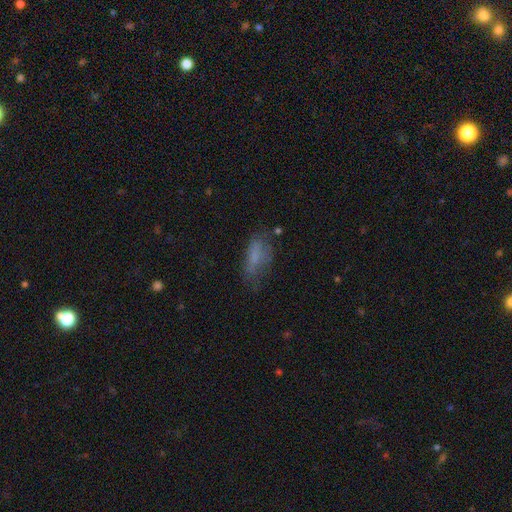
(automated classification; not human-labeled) The model was most divided on "merging": none: 47%, minor disturbance: 29%, major disturbance: 21%, merger: 3%. More confident: how rounded — in between (76%); smooth or featured — smooth (67%).